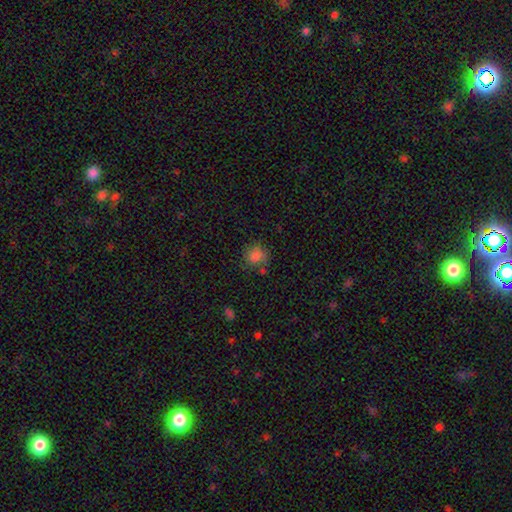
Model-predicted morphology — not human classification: smooth-or-featured: smooth: 81% | star or artifact: 11% | featured or disk: 7%
  how-rounded: round: 83% | in between: 16% | cigar-shaped: 1%
  merging: none: 66% | minor disturbance: 19% | merger: 8% | major disturbance: 7%